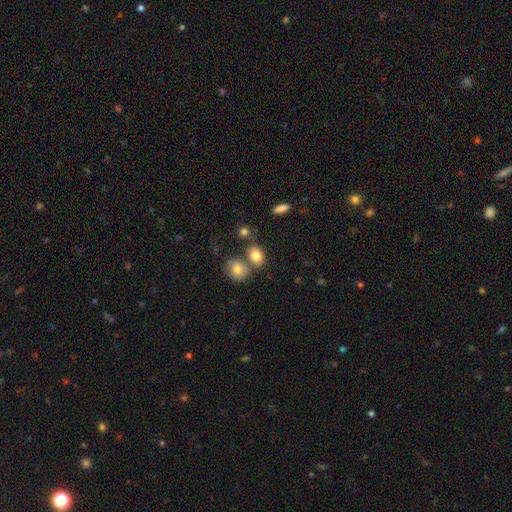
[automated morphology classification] Smooth or featured?
  - smooth: 83% *
  - star or artifact: 9%
  - featured or disk: 8%
How rounded?
  - in between: 68% *
  - round: 31%
  - cigar-shaped: 2%
Merging?
  - none: 54% *
  - merger: 30%
  - minor disturbance: 12%
  - major disturbance: 4%